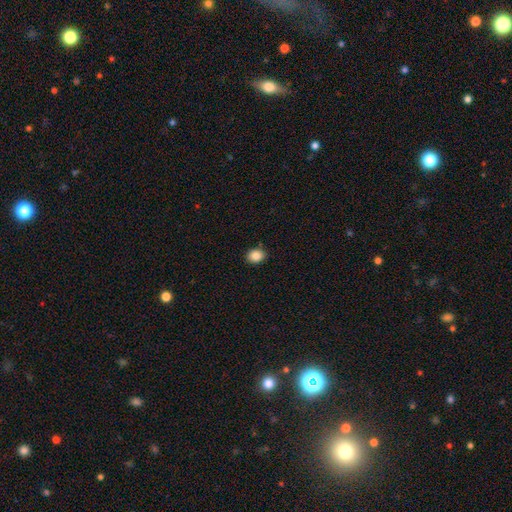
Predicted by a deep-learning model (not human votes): Q: Smooth or featured?
A: smooth (86%); runner-up: star or artifact (9%)
Q: How rounded?
A: in between (53%); runner-up: round (46%)
Q: Merging?
A: none (88%); runner-up: minor disturbance (8%)